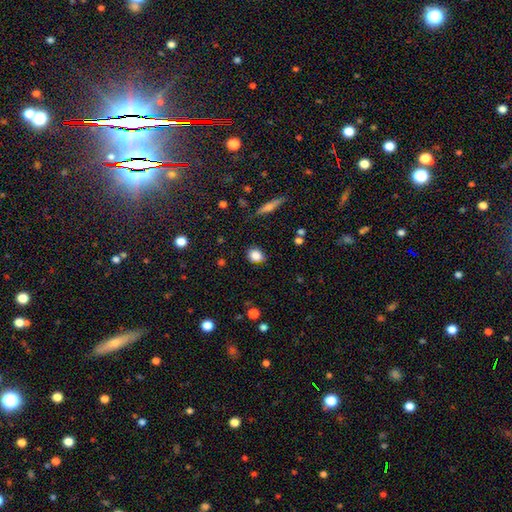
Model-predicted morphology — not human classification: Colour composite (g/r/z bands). It shows a smooth galaxy with no disk features (84%) that is round (66%). Merging: none (78%).